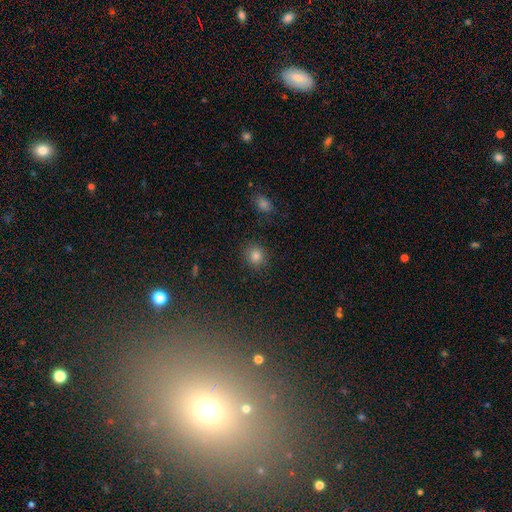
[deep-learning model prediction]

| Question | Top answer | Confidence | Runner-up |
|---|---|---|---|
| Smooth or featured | smooth | 82% | star or artifact (13%) |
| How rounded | round | 74% | in between (25%) |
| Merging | none | 88% | minor disturbance (8%) |